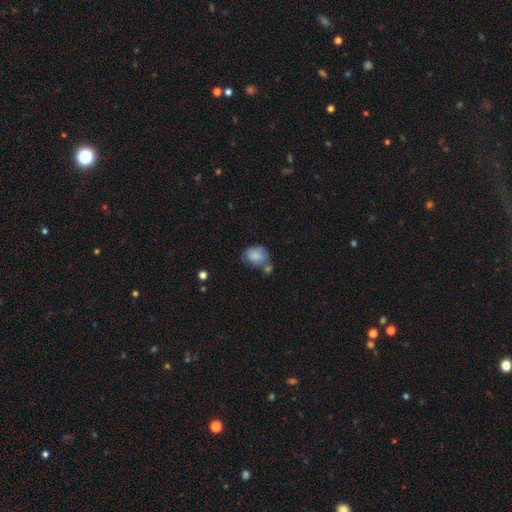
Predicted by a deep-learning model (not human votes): Smooth or featured? smooth (82%)
How rounded? in between (59%)
Merging? none (41%)